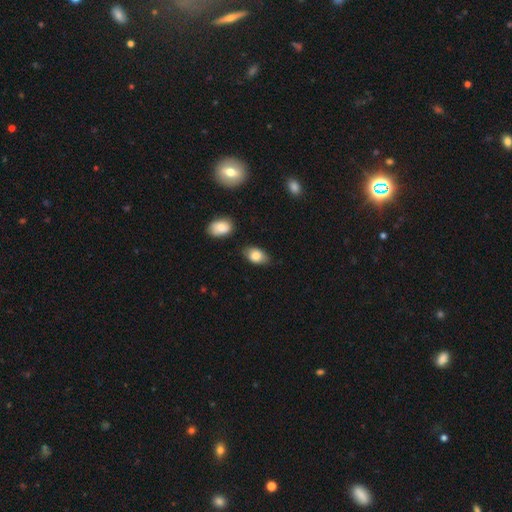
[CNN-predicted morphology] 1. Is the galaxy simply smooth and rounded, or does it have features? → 83% smooth, 9% featured or disk, 7% star or artifact.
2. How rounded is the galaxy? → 88% in between, 10% round, 2% cigar-shaped.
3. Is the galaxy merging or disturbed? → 75% none, 18% minor disturbance, 3% merger, 3% major disturbance.